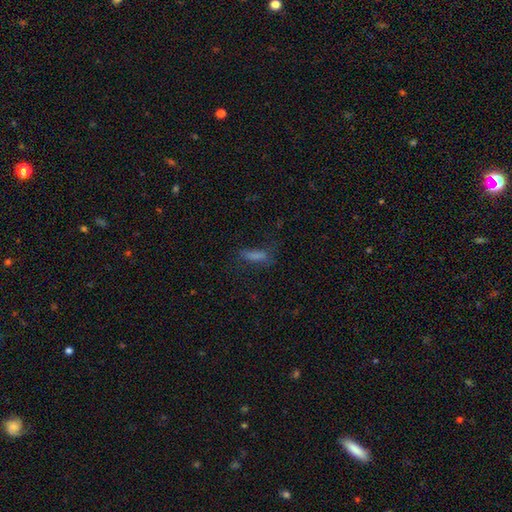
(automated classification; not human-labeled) Smooth or featured? Predicted: smooth (p=0.58). How rounded? Predicted: cigar-shaped (p=0.67). Merging? Predicted: none (p=0.60).